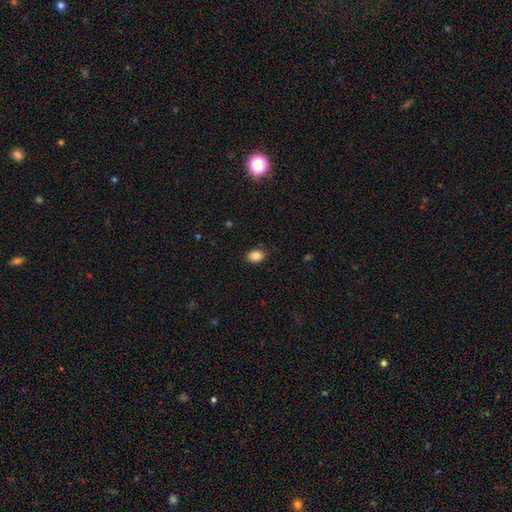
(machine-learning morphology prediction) Overall: smooth (85%). How rounded: in between (74%). Merging: none (86%).